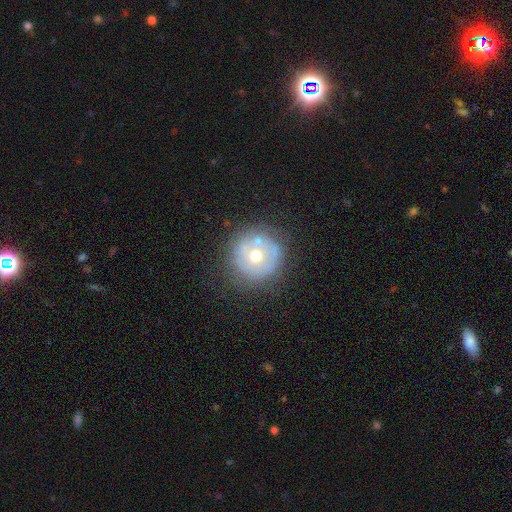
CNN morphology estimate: type=smooth (46%); merging=none (67%).